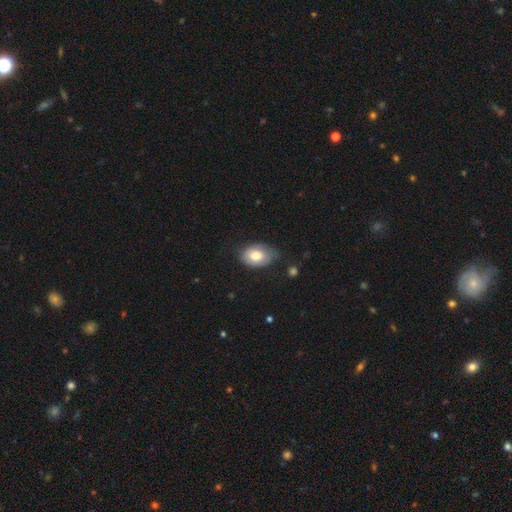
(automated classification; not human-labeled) smooth 76%, featured or disk 17%, star or artifact 7%. Down the decision tree: how rounded — in between (86%); merging — none (61%).